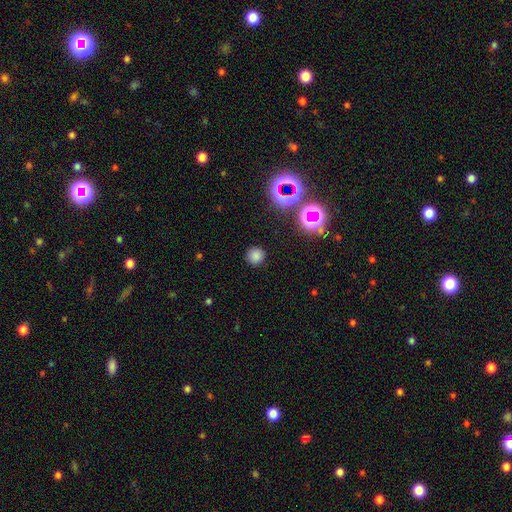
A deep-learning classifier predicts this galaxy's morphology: Smooth or featured? smooth (75%)
How rounded? round (92%)
Merging? none (88%)